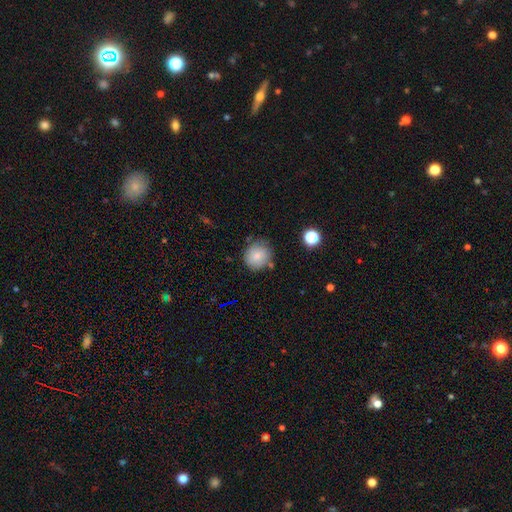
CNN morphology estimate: Overall: smooth (77%). How rounded: round (85%). Merging: none (72%).